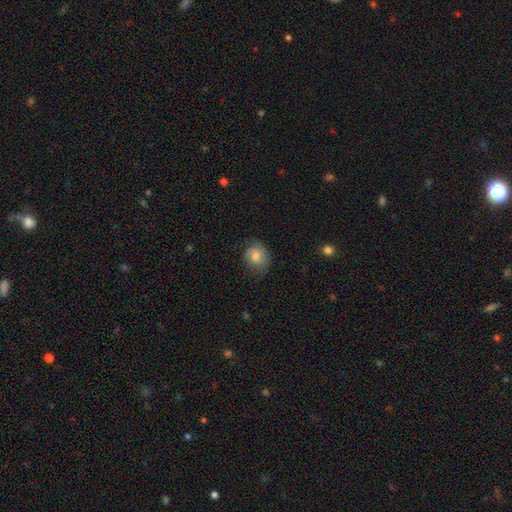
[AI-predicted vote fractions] smooth 68%, featured or disk 23%, star or artifact 9%. Down the decision tree: how rounded — round (64%); merging — none (67%).